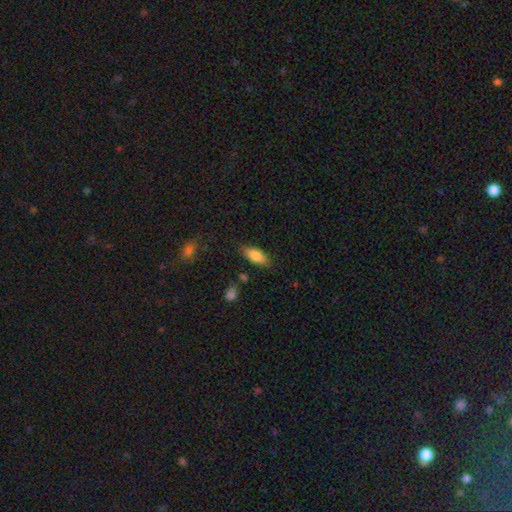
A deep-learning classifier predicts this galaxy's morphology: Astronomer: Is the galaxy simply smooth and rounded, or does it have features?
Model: smooth — 81%.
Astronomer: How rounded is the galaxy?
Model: in between — 78%.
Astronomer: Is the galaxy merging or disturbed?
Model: none — 81%.